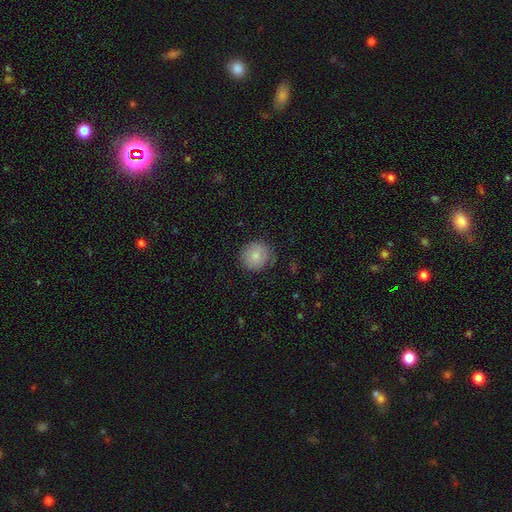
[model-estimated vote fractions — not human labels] A smooth galaxy with no disk features (81%) that is round (92%). Merging: none (76%).